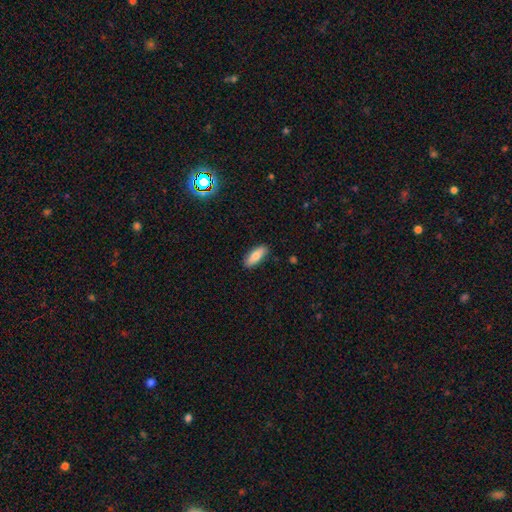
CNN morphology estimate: The model was most divided on "how rounded": in between: 72%, cigar-shaped: 26%, round: 2%. More confident: merging — none (87%); smooth or featured — smooth (79%).